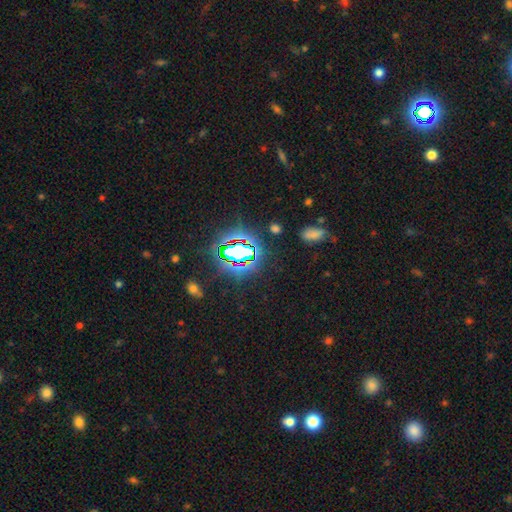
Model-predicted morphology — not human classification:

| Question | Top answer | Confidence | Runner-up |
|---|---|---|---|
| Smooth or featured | star or artifact | 82% | smooth (11%) |